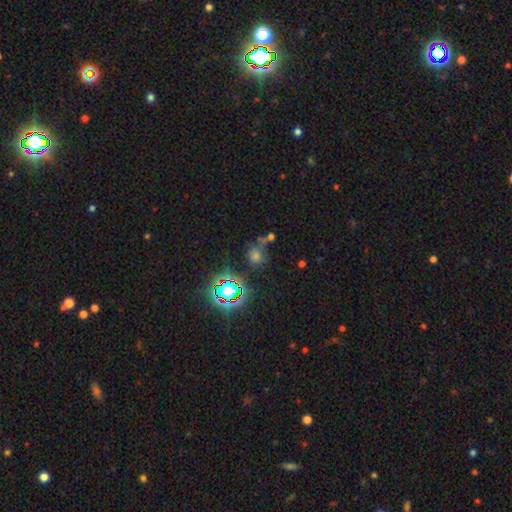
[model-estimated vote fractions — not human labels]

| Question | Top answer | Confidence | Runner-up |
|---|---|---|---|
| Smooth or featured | star or artifact | 47% | smooth (42%) |